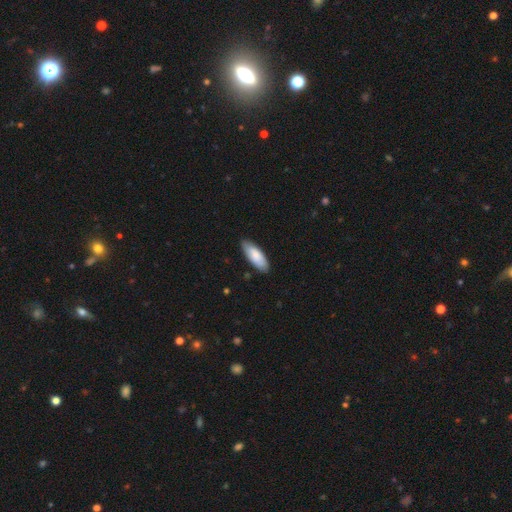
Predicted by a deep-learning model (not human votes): smooth_or_featured: smooth (p=0.82) [alt: featured or disk p=0.13]
how_rounded: in between (p=0.71) [alt: cigar-shaped p=0.27]
merging: none (p=0.85) [alt: minor disturbance p=0.12]